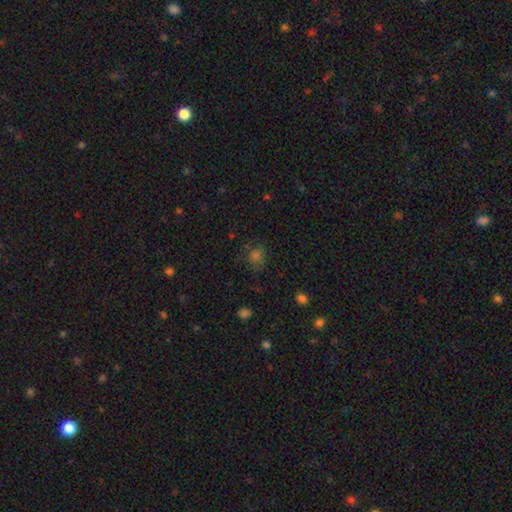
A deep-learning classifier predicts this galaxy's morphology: Overall: smooth (65%; star or artifact 26%). How rounded: round (69%). Merging: none (71%).